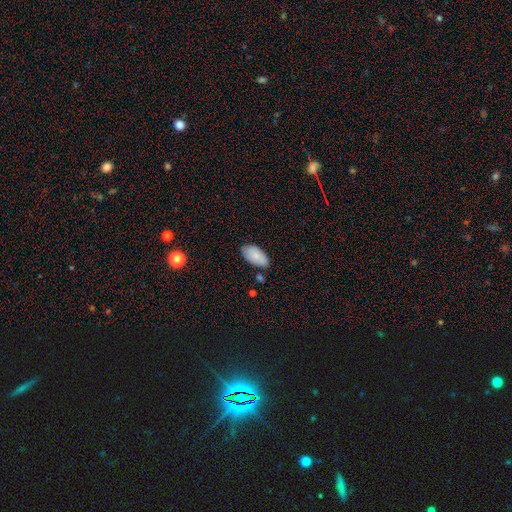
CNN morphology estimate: The model was most divided on "merging": none: 76%, minor disturbance: 17%, merger: 4%, major disturbance: 3%. More confident: how rounded — in between (95%); smooth or featured — smooth (84%).